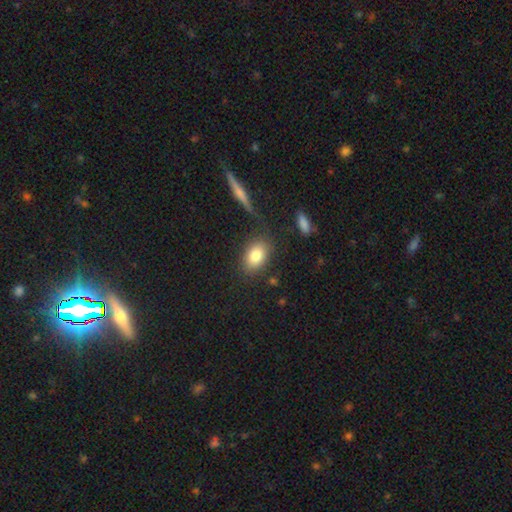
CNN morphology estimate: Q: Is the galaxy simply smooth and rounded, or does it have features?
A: smooth — 83%.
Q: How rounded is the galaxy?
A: in between — 79%.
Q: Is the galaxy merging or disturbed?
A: none — 77%.